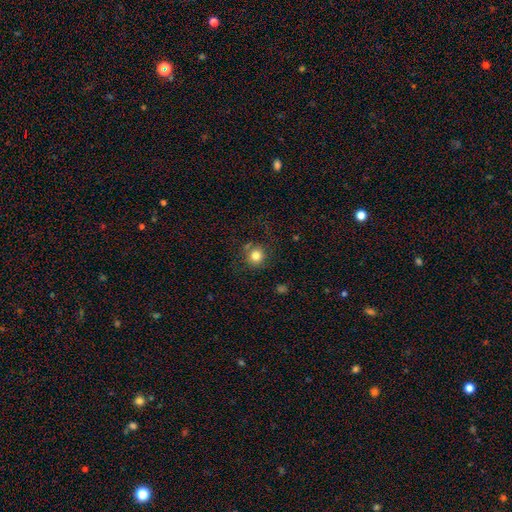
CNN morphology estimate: Overall: smooth (80%). How rounded: round (92%). Merging: none (77%).